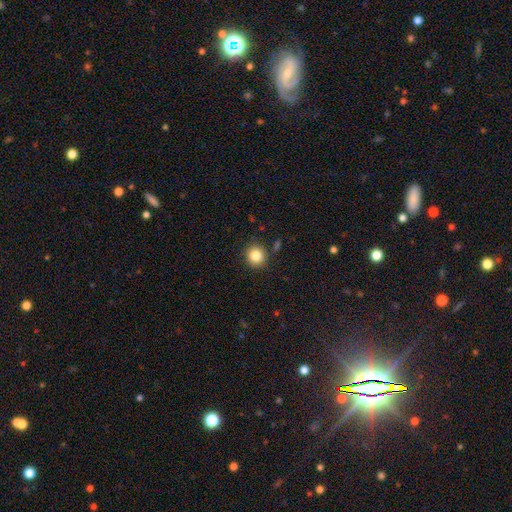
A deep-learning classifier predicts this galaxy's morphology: A smooth galaxy with no disk features (84%) that is round (90%).

Vote fractions:
- Smooth or featured? smooth: 84% / star or artifact: 10% / featured or disk: 5%
- How rounded? round: 90% / in between: 9% / cigar-shaped: 1%
- Merging? none: 89% / minor disturbance: 7% / merger: 2% / major disturbance: 2%